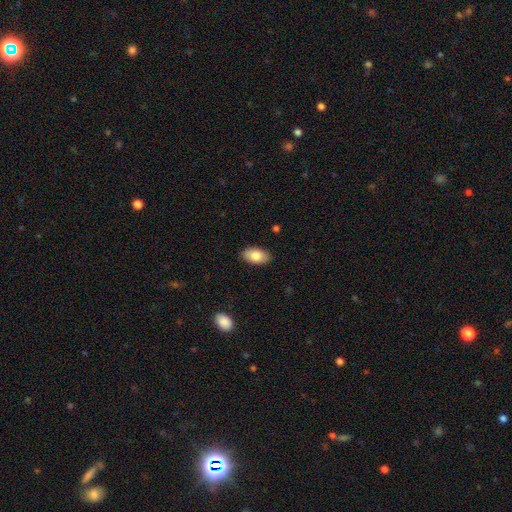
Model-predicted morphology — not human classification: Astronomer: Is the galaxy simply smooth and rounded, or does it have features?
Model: smooth — 79%.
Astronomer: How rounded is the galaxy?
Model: in between — 94%.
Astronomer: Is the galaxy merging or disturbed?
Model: none — 88%.